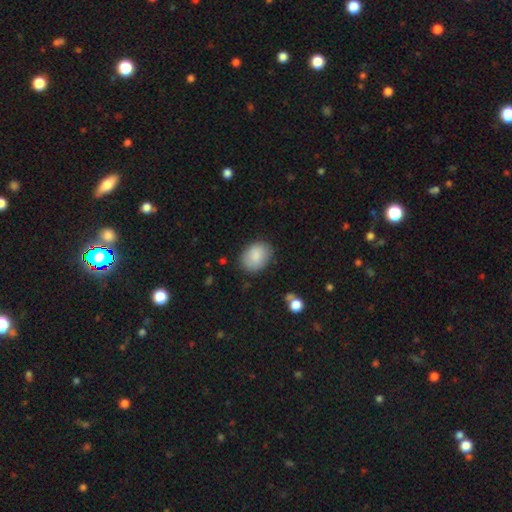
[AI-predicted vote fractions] smooth 87%, star or artifact 7%, featured or disk 6%. Down the decision tree: how rounded — in between (70%); merging — none (80%).